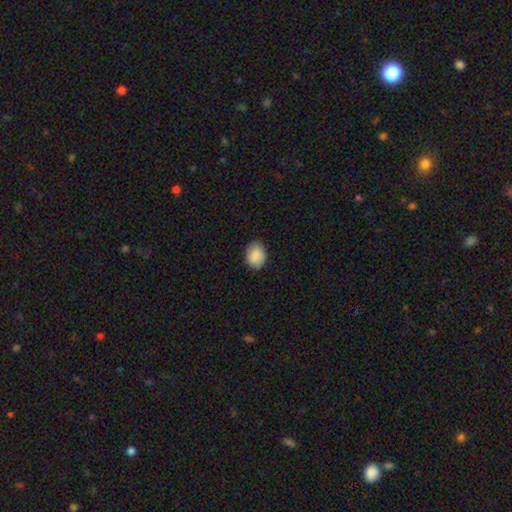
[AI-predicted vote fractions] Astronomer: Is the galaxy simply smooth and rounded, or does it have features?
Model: smooth — 89%.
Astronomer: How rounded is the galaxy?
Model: in between — 66%.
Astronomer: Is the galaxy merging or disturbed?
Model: none — 82%.